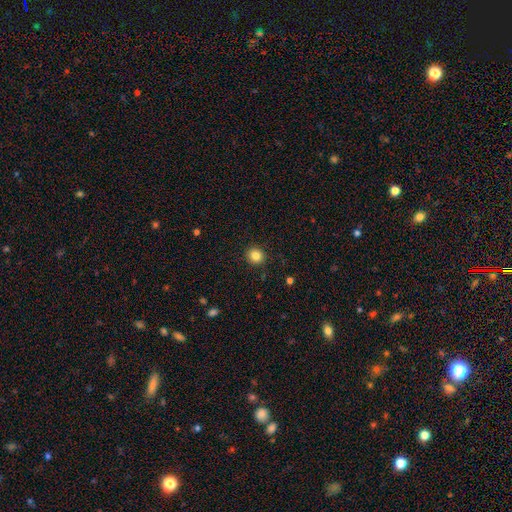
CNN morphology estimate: Overall: smooth (84%). How rounded: round (90%). Merging: none (91%).